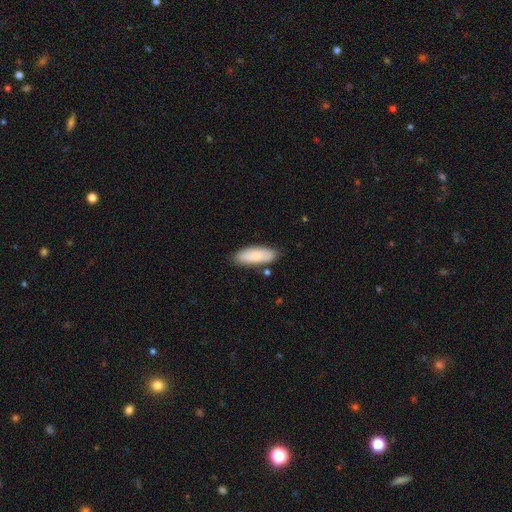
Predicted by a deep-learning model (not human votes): smooth 77%, featured or disk 17%, star or artifact 6%. Down the decision tree: how rounded — in between (73%); merging — none (81%).